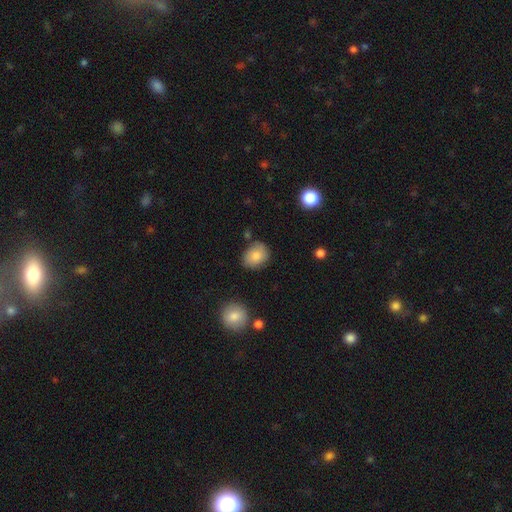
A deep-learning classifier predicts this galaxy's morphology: smooth_or_featured: smooth (p=0.82) [alt: featured or disk p=0.10]
how_rounded: in between (p=0.56) [alt: round p=0.43]
merging: none (p=0.73) [alt: minor disturbance p=0.19]